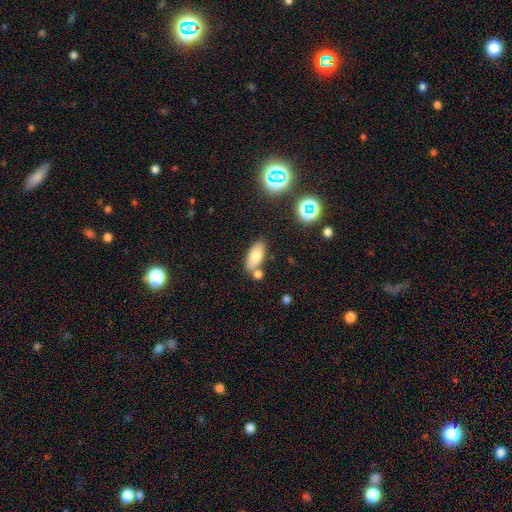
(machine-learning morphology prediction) type=smooth (73%); roundness=in between (87%); merging=none (71%).